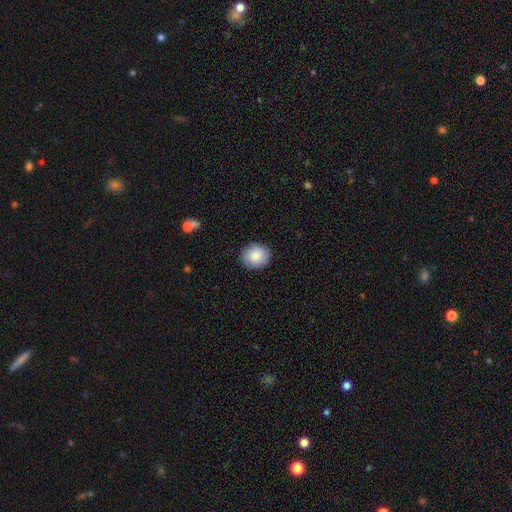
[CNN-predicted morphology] Q: Smooth or featured?
A: smooth (87%); runner-up: star or artifact (7%)
Q: How rounded?
A: round (66%); runner-up: in between (33%)
Q: Merging?
A: none (88%); runner-up: minor disturbance (9%)